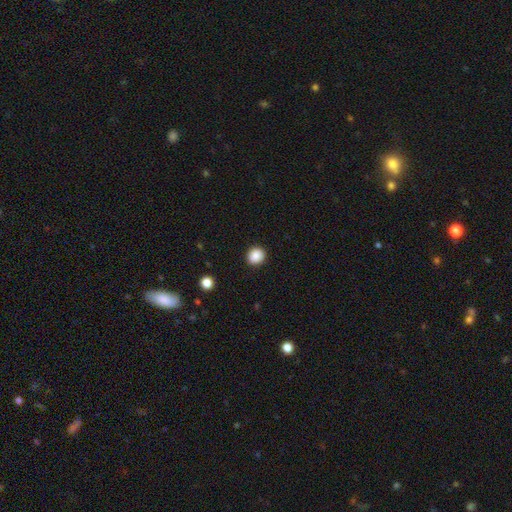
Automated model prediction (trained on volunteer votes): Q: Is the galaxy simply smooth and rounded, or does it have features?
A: smooth — 88%.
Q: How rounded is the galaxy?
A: round — 82%.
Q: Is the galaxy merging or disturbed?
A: none — 92%.